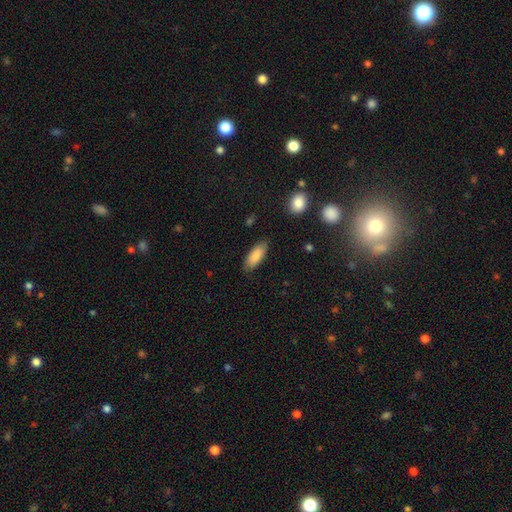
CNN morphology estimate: Smooth or featured? Predicted: smooth (p=0.86). How rounded? Predicted: in between (p=0.78). Merging? Predicted: none (p=0.82).